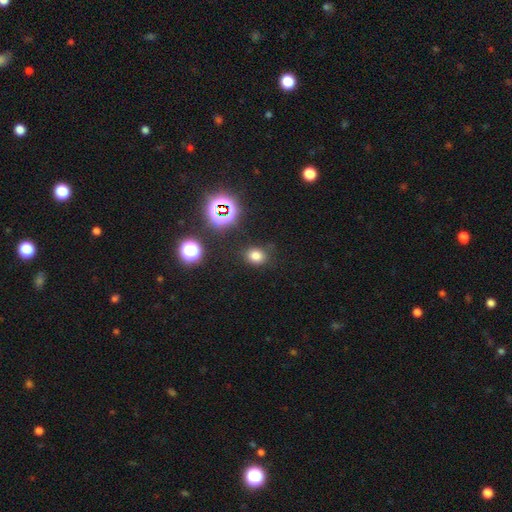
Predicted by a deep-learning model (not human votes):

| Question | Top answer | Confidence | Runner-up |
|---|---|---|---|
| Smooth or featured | smooth | 75% | star or artifact (19%) |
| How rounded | round | 62% | in between (37%) |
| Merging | none | 80% | minor disturbance (13%) |